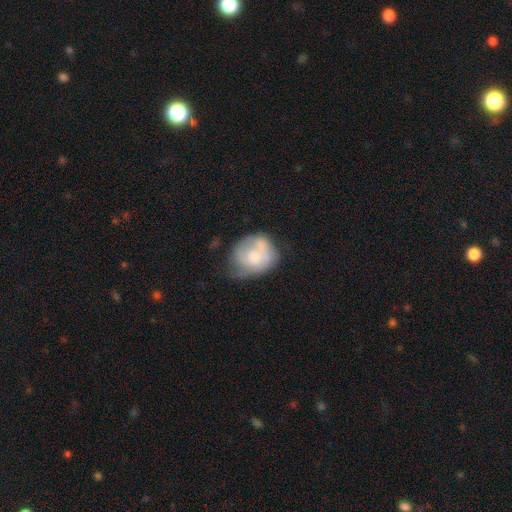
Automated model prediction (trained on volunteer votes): Morphology: type=smooth (48%); merging=none (37%).